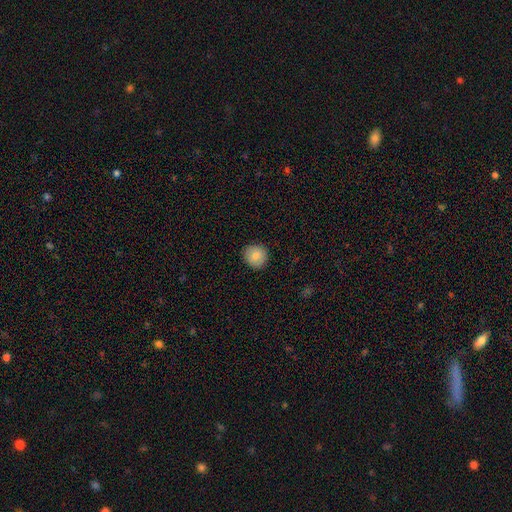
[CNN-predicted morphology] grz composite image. It shows a smooth galaxy with no disk features (82%) that is round (91%). Merging: none (90%).